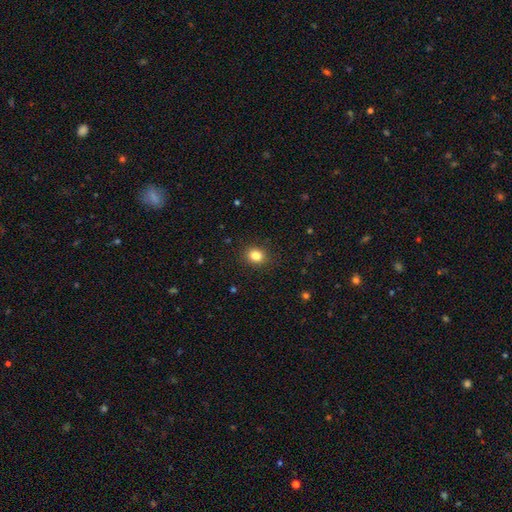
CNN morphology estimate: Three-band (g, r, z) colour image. It shows a smooth galaxy with no disk features (84%) that is round (60%). Merging: none (89%).